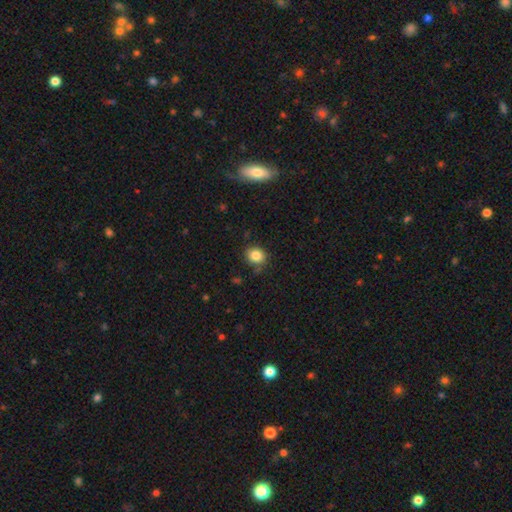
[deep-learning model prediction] A smooth galaxy with no disk features (83%) that is round (72%). Merging: none (82%).